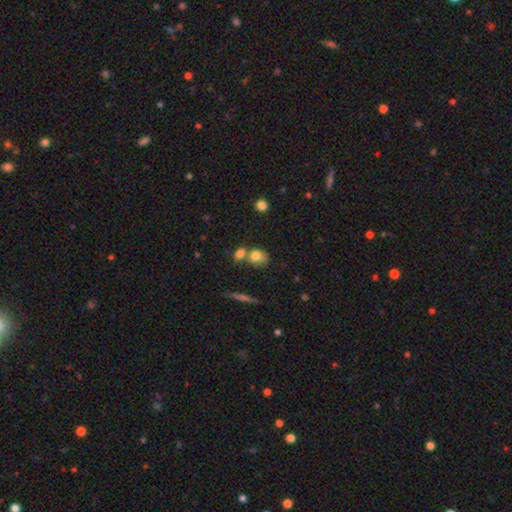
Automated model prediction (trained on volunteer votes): Smooth or featured? Predicted: smooth (p=0.77). How rounded? Predicted: in between (p=0.49). Merging? Predicted: none (p=0.41).